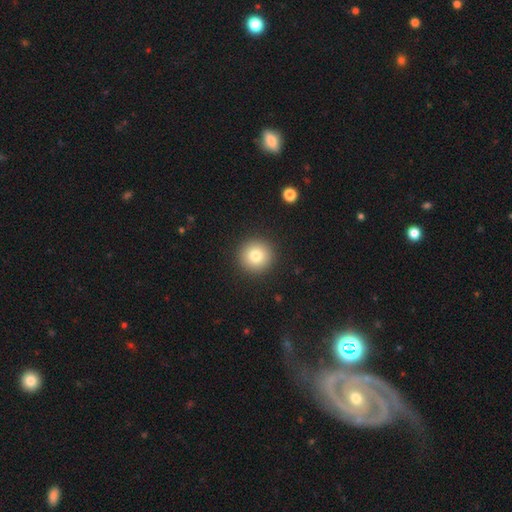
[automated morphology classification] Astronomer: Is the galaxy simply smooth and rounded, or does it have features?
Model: smooth — 80%.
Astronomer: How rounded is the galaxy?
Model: round — 95%.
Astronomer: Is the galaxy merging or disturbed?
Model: none — 92%.